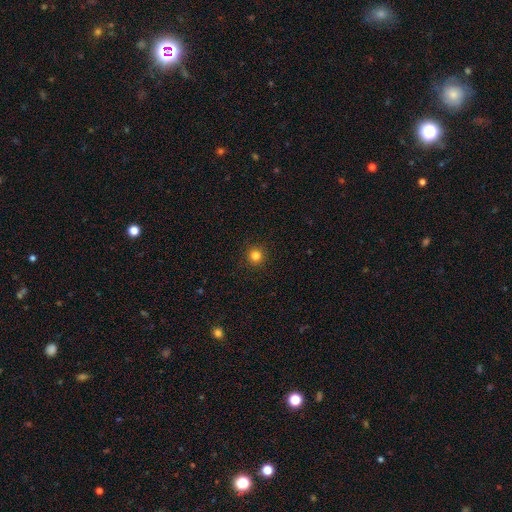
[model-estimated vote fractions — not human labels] A smooth galaxy with no disk features (82%) that is round (96%). Merging: none (93%).